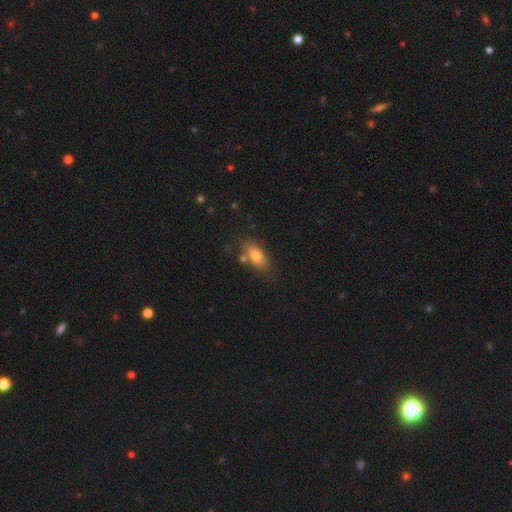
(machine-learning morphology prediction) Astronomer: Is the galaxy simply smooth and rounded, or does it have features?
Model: smooth — 78%.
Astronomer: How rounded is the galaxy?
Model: in between — 84%.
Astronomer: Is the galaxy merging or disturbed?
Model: none — 69%.